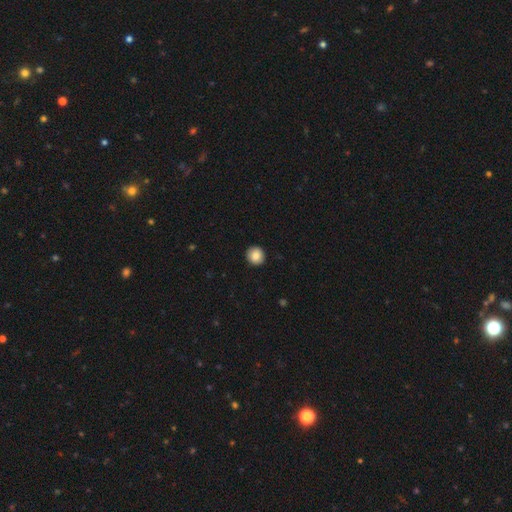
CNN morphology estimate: This appears to be a smooth galaxy with no disk features (86%) that is round (93%). Merging: none (92%).